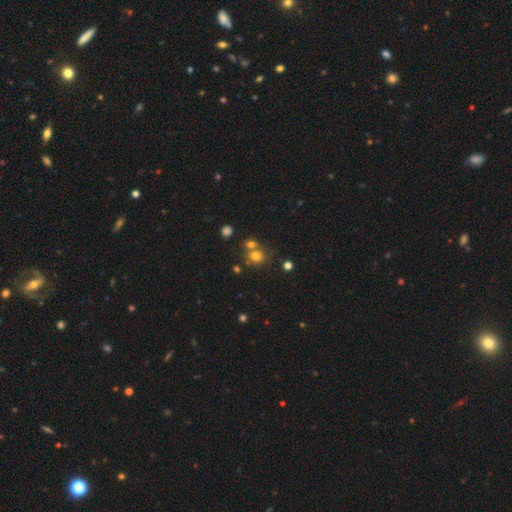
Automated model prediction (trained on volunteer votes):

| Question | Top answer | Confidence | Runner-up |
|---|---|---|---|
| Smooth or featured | smooth | 72% | star or artifact (17%) |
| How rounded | round | 82% | in between (17%) |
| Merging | none | 56% | merger (31%) |